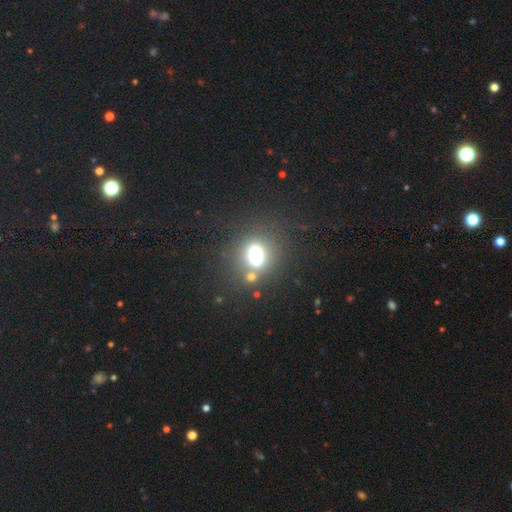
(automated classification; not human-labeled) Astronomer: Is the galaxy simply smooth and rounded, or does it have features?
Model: smooth — 72%.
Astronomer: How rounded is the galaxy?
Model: in between — 54% (runner-up: round, 43%).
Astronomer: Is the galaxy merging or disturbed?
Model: none — 62%.